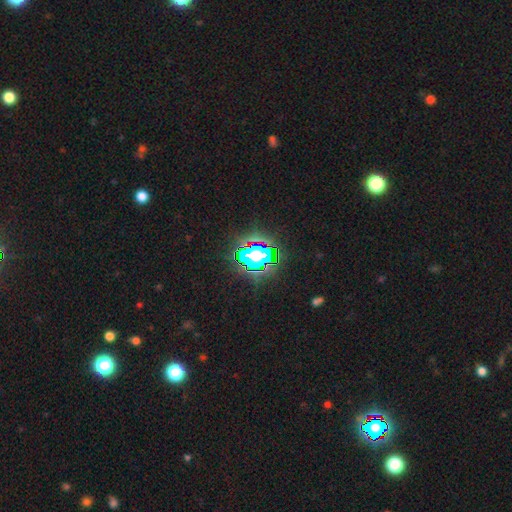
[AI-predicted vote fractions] This appears to be a star or artifact, not a galaxy (59%).